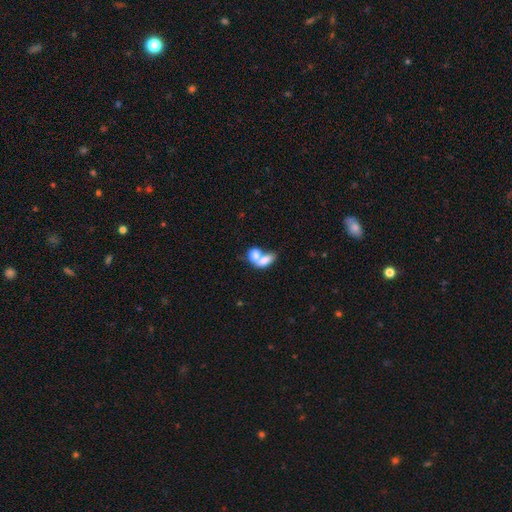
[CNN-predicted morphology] smooth-or-featured: smooth: 72% | featured or disk: 19% | star or artifact: 9%
  how-rounded: in between: 75% | round: 21% | cigar-shaped: 4%
  merging: merger: 69% | none: 19% | minor disturbance: 6% | major disturbance: 6%